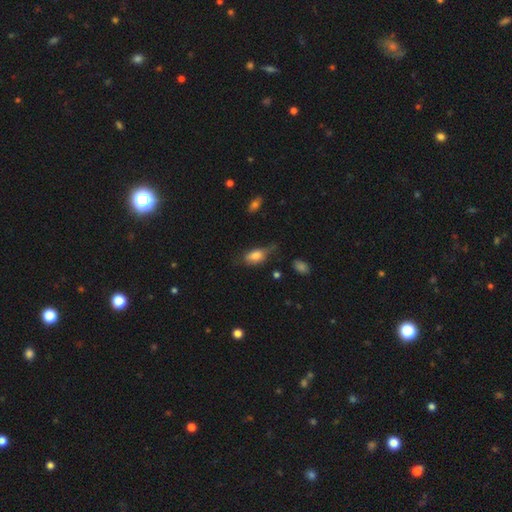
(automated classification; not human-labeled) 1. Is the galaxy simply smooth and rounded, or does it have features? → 77% smooth, 15% featured or disk, 8% star or artifact.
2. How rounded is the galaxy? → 88% in between, 6% cigar-shaped, 6% round.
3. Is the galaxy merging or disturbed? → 40% none, 36% minor disturbance, 20% major disturbance, 4% merger.